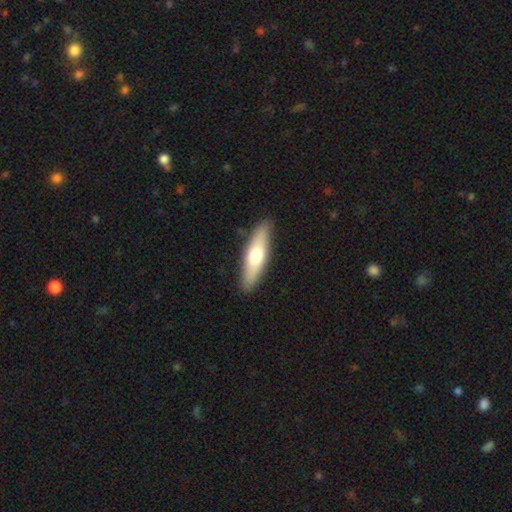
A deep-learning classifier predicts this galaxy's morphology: smooth-or-featured: smooth: 60% | featured or disk: 35% | star or artifact: 5%
  how-rounded: cigar-shaped: 66% | in between: 32% | round: 2%
  merging: none: 89% | minor disturbance: 9% | major disturbance: 2% | merger: 1%